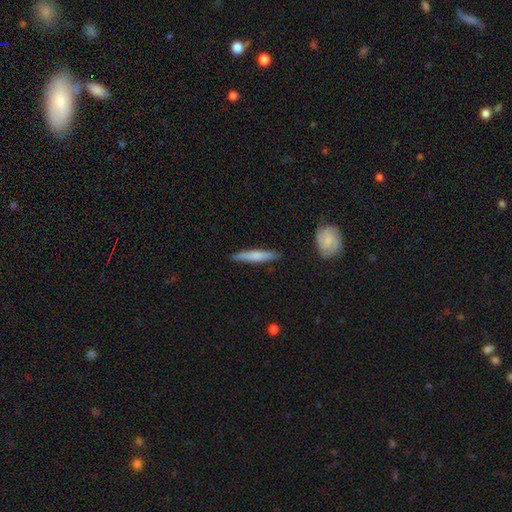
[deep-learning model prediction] Morphology: type=smooth (66%); roundness=cigar-shaped (92%); merging=none (88%).